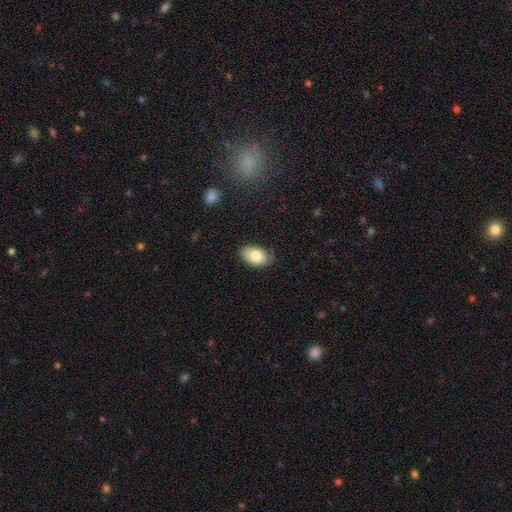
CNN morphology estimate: Smooth or featured: smooth — 80% (featured or disk — 13%)
How rounded: in between — 88% (round — 11%)
Merging: none — 75% (minor disturbance — 21%)